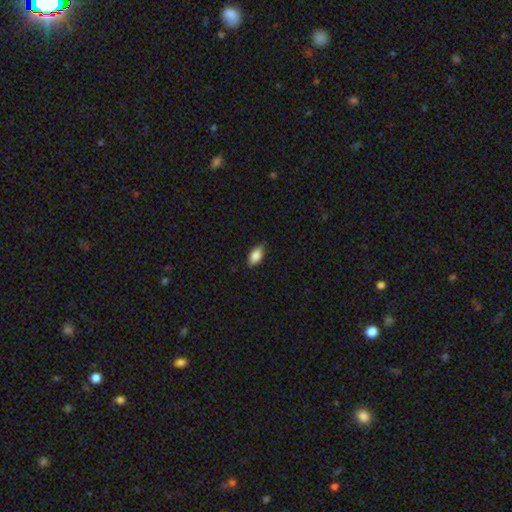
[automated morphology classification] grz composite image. It shows a smooth galaxy with no disk features (85%) that is in between round and cigar-shaped (91%). Merging: none (79%).